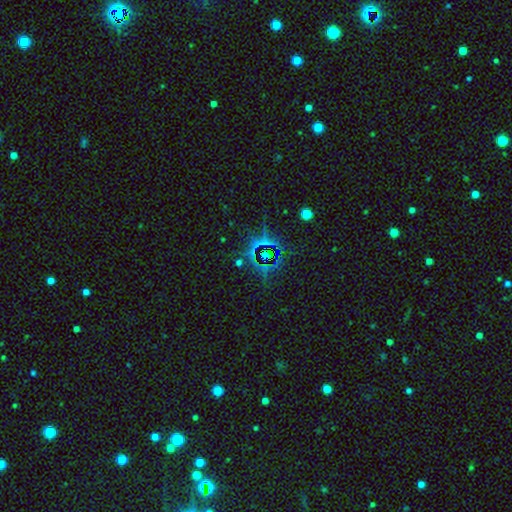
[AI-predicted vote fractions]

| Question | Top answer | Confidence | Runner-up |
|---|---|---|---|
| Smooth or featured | star or artifact | 77% | smooth (12%) |